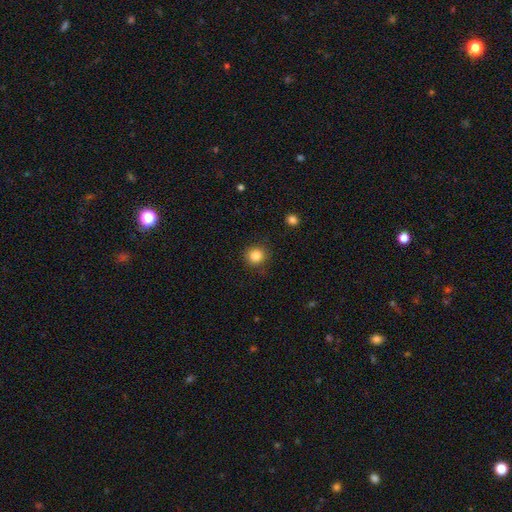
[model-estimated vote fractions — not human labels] smooth-or-featured: smooth: 85% | star or artifact: 11% | featured or disk: 5%
  how-rounded: round: 90% | in between: 9% | cigar-shaped: 1%
  merging: none: 87% | minor disturbance: 9% | major disturbance: 3% | merger: 1%